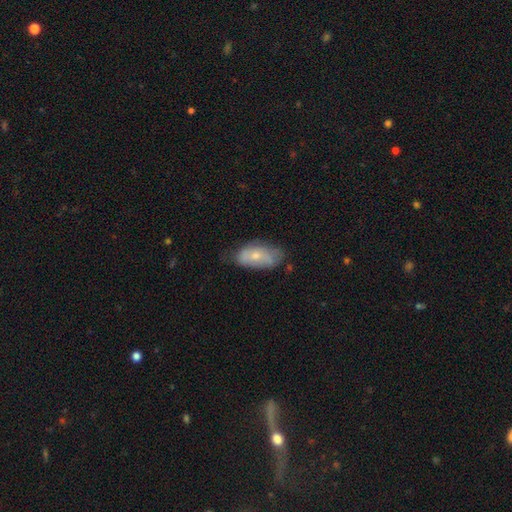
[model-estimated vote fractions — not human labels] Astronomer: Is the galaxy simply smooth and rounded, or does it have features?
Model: smooth — 54% (runner-up: featured or disk, 38%).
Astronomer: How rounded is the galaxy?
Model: in between — 91%.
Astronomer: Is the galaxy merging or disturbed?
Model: none — 54% (runner-up: minor disturbance, 34%).